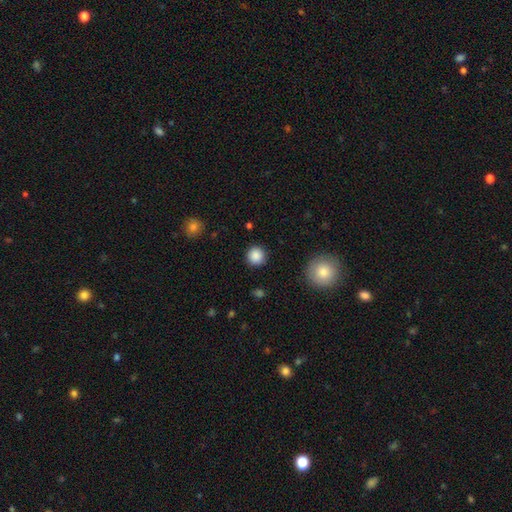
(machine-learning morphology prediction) smooth 87%, star or artifact 9%, featured or disk 3%. Down the decision tree: how rounded — round (94%); merging — none (90%).